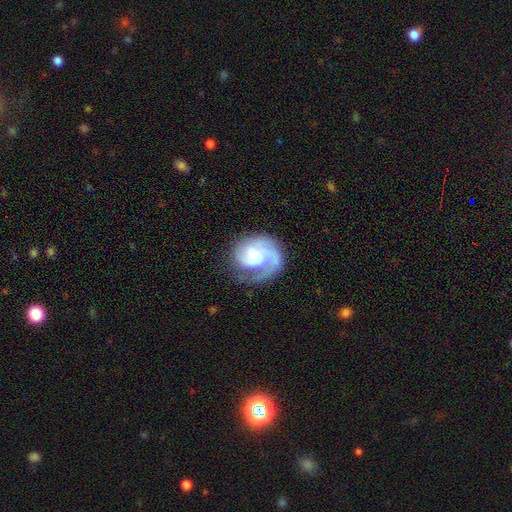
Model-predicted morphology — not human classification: smooth-or-featured: featured or disk: 74% | smooth: 20% | star or artifact: 6%
  disk-edge-on: no: 98% | yes: 2%
    bar: no: 59% | weak: 34% | strong: 7%
    has-spiral-arms: yes: 92% | no: 8%
      spiral-winding: tight: 40% | medium: 39% | loose: 21%
      spiral-arm-count: 1: 64% | 2: 19% | can't tell: 9% | 3: 5% | 4: 2% | more than 4: 2%
    bulge-size: small: 33% | moderate: 26% | none: 25% | large: 13% | dominant: 3%
  merging: none: 53% | major disturbance: 24% | minor disturbance: 20% | merger: 3%